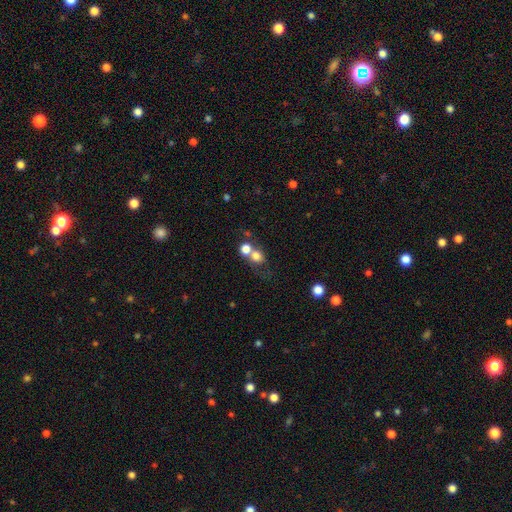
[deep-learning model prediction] Morphology: type=smooth (74%); roundness=round (76%); merging=merger (51%).